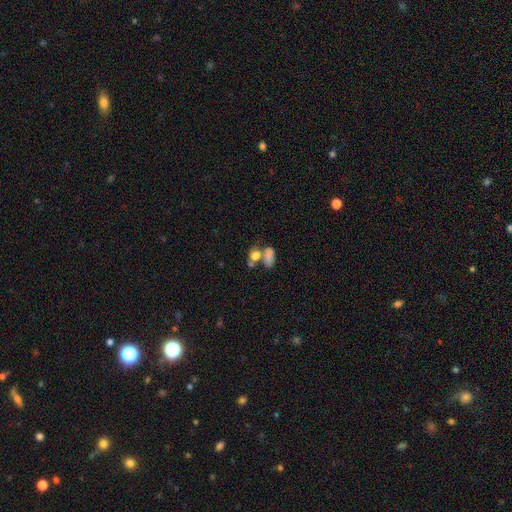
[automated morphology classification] This appears to be a smooth galaxy with no disk features (78%) that is in between round and cigar-shaped (74%). Merging: merger (49%).